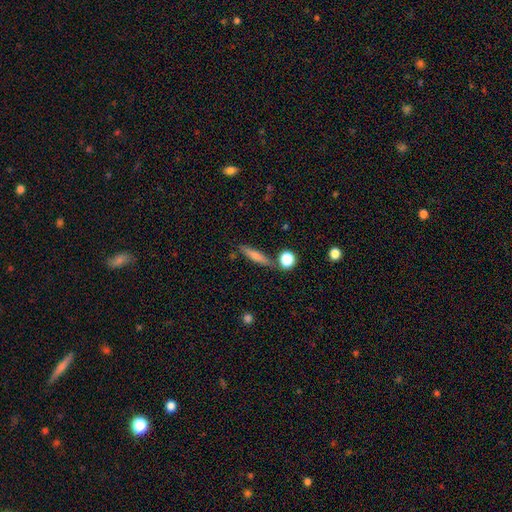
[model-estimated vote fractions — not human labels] smooth 70%, featured or disk 23%, star or artifact 8%. Down the decision tree: how rounded — cigar-shaped (79%); merging — none (77%).